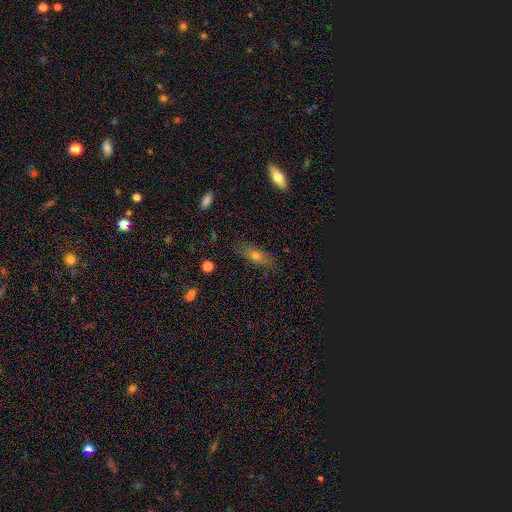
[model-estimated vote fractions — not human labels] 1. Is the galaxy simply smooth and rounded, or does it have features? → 62% smooth, 27% featured or disk, 11% star or artifact.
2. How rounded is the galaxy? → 59% in between, 35% cigar-shaped, 6% round.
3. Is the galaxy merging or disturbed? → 80% none, 15% minor disturbance, 4% major disturbance, 2% merger.